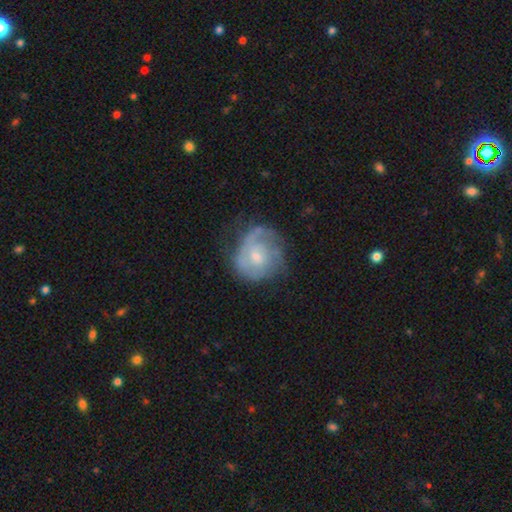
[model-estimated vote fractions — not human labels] Morphology: type=featured or disk (62%); edge-on=no (98%); bar=no (66%); spiral arms=yes (75%); bulge=moderate (49%); merging=none (50%).